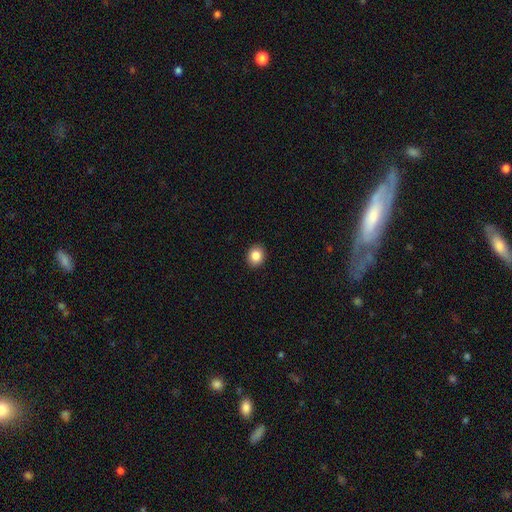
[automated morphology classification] Overall: smooth (86%). How rounded: round (60%; in between 39%). Merging: none (92%).